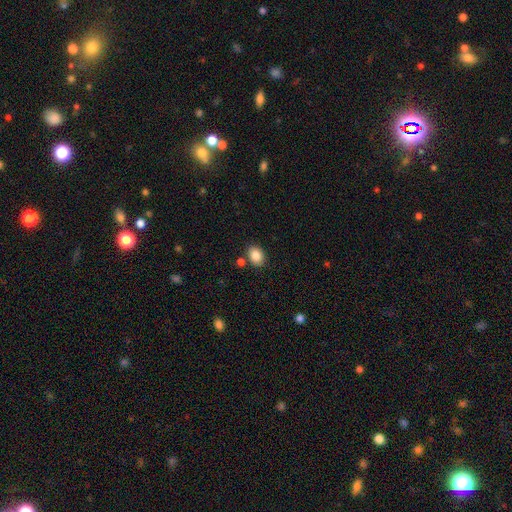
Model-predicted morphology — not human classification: A smooth galaxy with no disk features (86%) that is in between round and cigar-shaped (58%).

Vote fractions:
- Smooth or featured? smooth: 86% / star or artifact: 9% / featured or disk: 5%
- How rounded? in between: 58% / round: 41% / cigar-shaped: 1%
- Merging? none: 80% / minor disturbance: 10% / merger: 7% / major disturbance: 3%